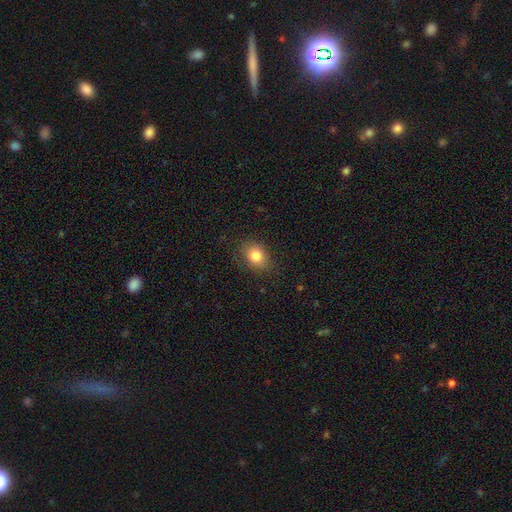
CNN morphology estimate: smooth_or_featured: smooth (p=0.83) [alt: star or artifact p=0.10]
how_rounded: in between (p=0.60) [alt: round p=0.39]
merging: none (p=0.82) [alt: minor disturbance p=0.14]